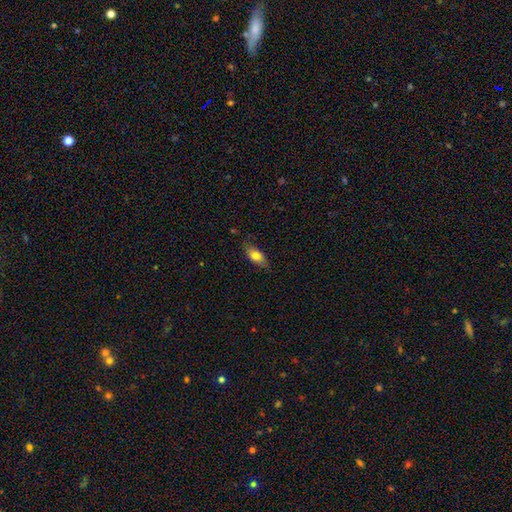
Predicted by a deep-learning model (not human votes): The model was most divided on "merging": none: 76%, minor disturbance: 19%, major disturbance: 4%, merger: 1%. More confident: how rounded — in between (82%); smooth or featured — smooth (76%).